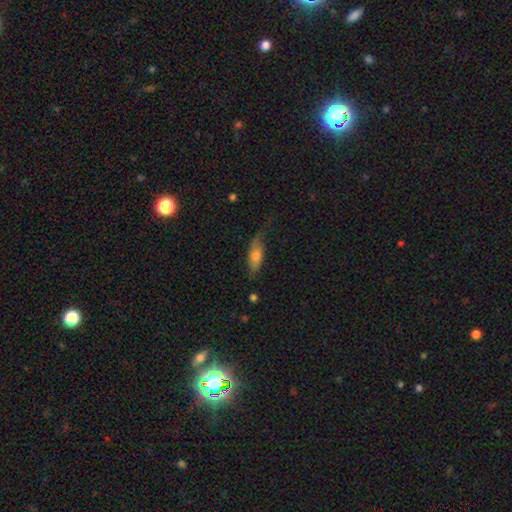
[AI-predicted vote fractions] smooth-or-featured: smooth: 68% | featured or disk: 26% | star or artifact: 6%
  how-rounded: in between: 73% | cigar-shaped: 24% | round: 3%
  merging: none: 49% | minor disturbance: 32% | major disturbance: 16% | merger: 2%